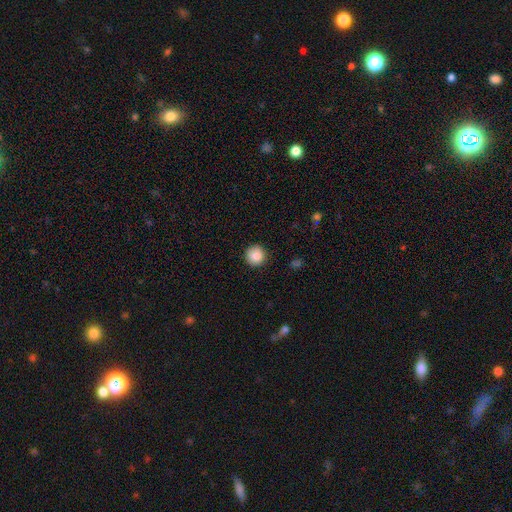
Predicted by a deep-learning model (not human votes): Morphology: type=smooth (87%); roundness=round (94%); merging=none (87%).